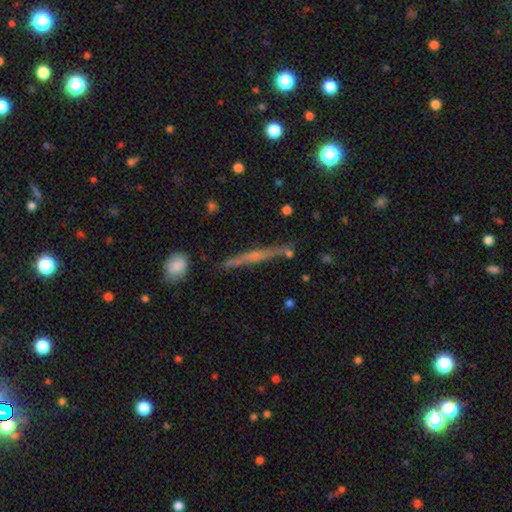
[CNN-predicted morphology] The model was most divided on "edge-on bulge": none: 48%, rounded: 39%, boxy: 12%. More confident: edge-on disk — yes (96%); merging — none (79%); smooth or featured — featured or disk (57%).